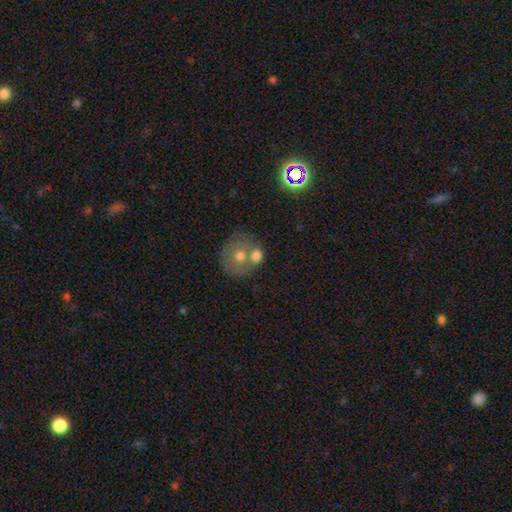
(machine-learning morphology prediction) smooth 65%, featured or disk 26%, star or artifact 9%. Down the decision tree: how rounded — round (69%); merging — merger (51%).